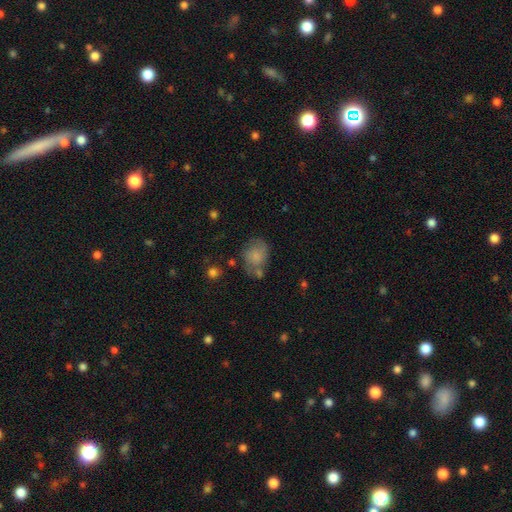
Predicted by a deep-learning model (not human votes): The model was most divided on "how rounded": in between: 59%, round: 40%, cigar-shaped: 1%. Remaining: smooth or featured — smooth (70%); merging — none (46%).